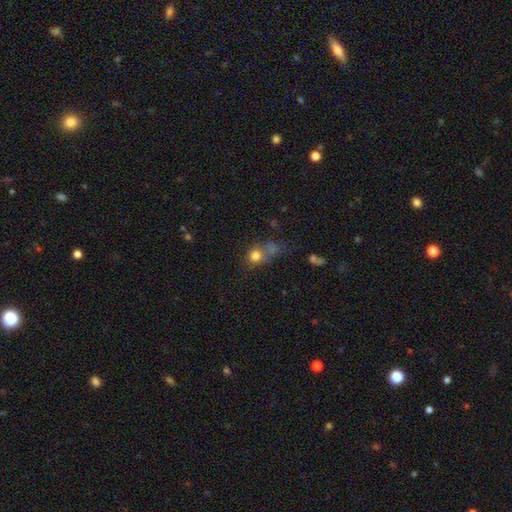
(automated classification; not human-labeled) This is likely a smooth galaxy (74%). How rounded: likely round (73%). Merging: marginally none (41%).